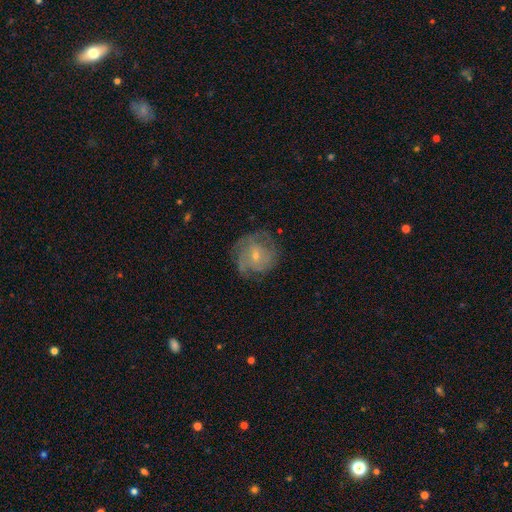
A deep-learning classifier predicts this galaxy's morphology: smooth_or_featured: featured or disk (p=0.67) [alt: smooth p=0.26]
disk_edge_on: no (p=0.97) [alt: yes p=0.03]
bar: no (p=0.60) [alt: weak p=0.35]
has_spiral_arms: yes (p=0.85) [alt: no p=0.15]
spiral_winding: tight (p=0.52) [alt: medium p=0.36]
spiral_arm_count: can't tell (p=0.38) [alt: 2 p=0.24]
bulge_size: small (p=0.63) [alt: moderate p=0.32]
merging: none (p=0.67) [alt: minor disturbance p=0.20]